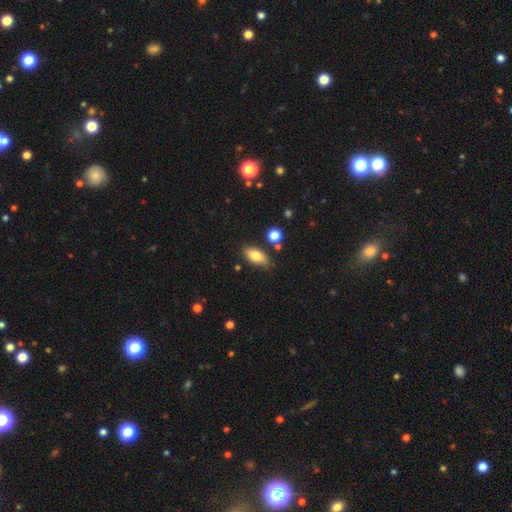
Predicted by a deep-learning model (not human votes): Morphology: type=smooth (79%); roundness=in between (87%); merging=none (77%).